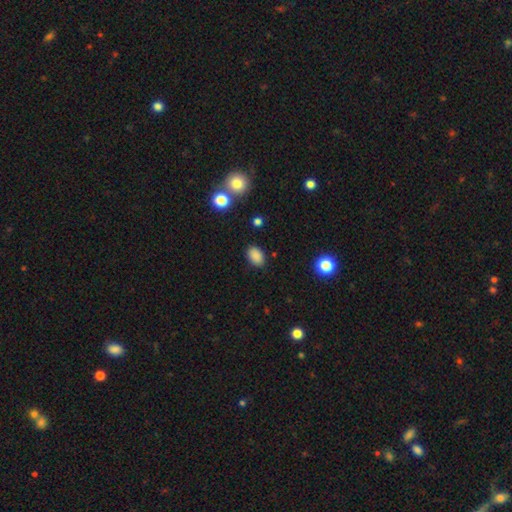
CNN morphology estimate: type=smooth (86%); roundness=in between (85%); merging=none (87%).